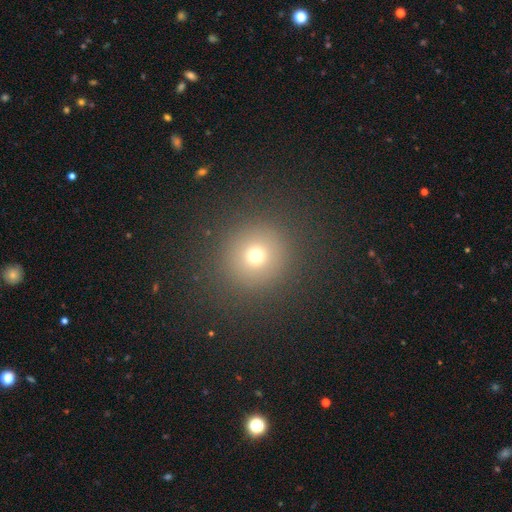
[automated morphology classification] This is likely a smooth galaxy (70%). How rounded: clearly round (94%). Merging: clearly none (89%).